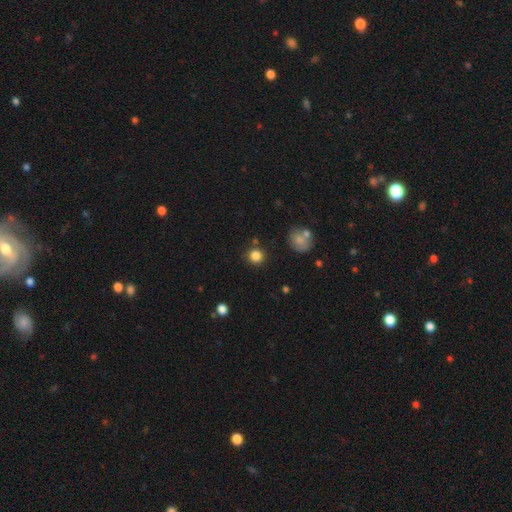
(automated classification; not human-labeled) Q: Smooth or featured?
A: smooth (83%); runner-up: star or artifact (12%)
Q: How rounded?
A: round (93%); runner-up: in between (6%)
Q: Merging?
A: none (84%); runner-up: minor disturbance (9%)